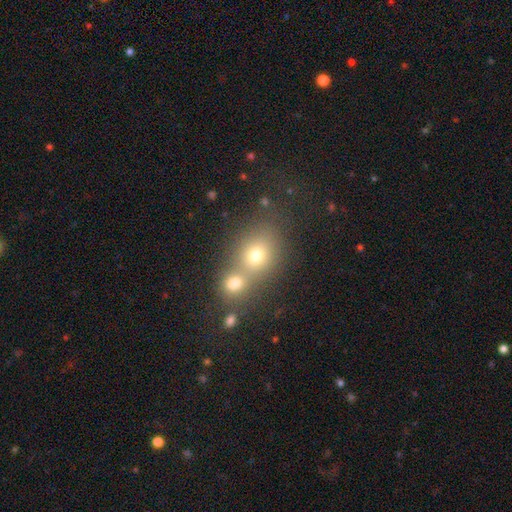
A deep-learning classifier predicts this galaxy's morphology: This appears to be a smooth galaxy with no disk features (67%) that is round (64%). Merging: merger (55%).